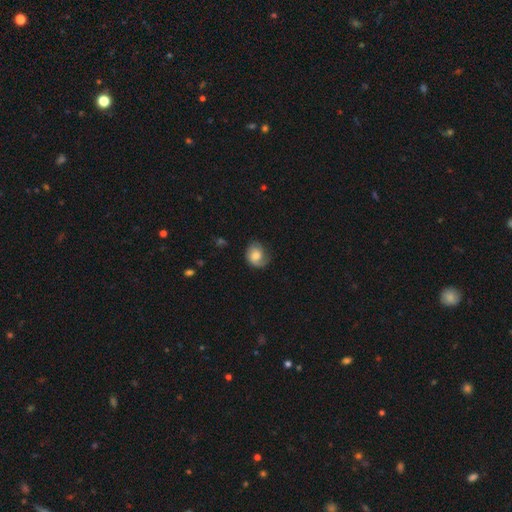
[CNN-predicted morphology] Q: Smooth or featured?
A: smooth (57%); runner-up: featured or disk (35%)
Q: How rounded?
A: round (59%); runner-up: in between (40%)
Q: Merging?
A: none (58%); runner-up: minor disturbance (27%)